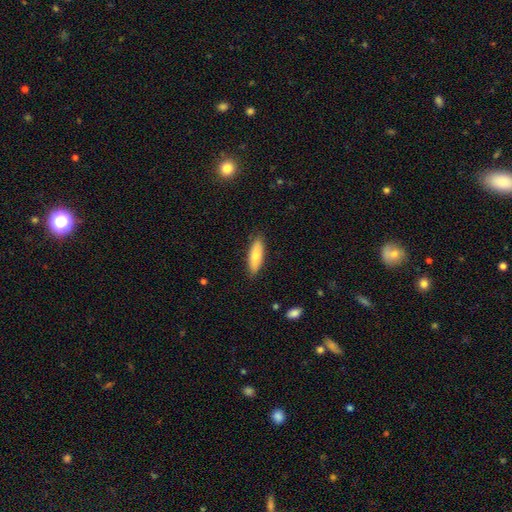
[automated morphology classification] Q: Smooth or featured?
A: smooth (79%); runner-up: featured or disk (15%)
Q: How rounded?
A: in between (54%); runner-up: cigar-shaped (44%)
Q: Merging?
A: none (86%); runner-up: minor disturbance (11%)